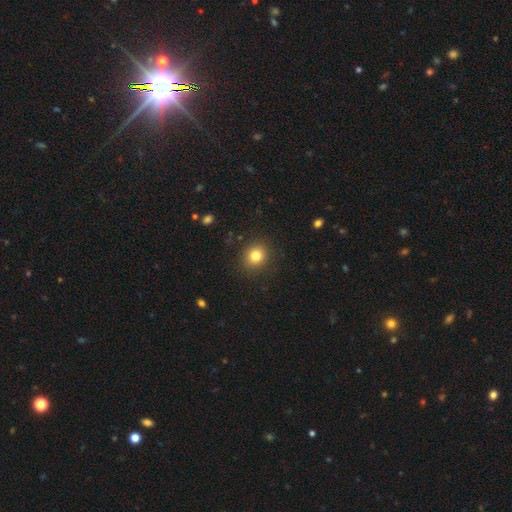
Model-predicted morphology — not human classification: Overall: smooth (82%). How rounded: round (81%). Merging: none (89%).